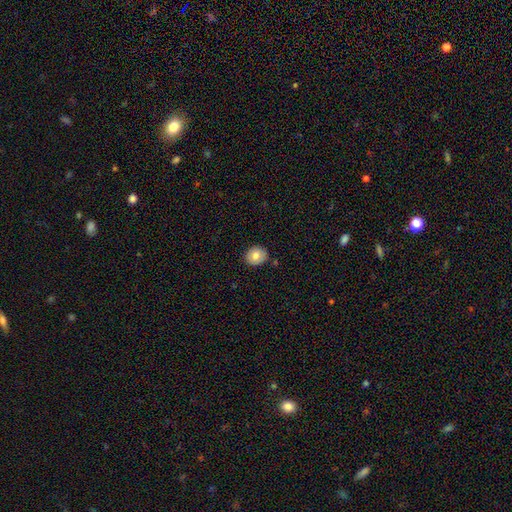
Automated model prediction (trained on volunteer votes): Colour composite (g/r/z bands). It shows a smooth galaxy with no disk features (75%) that is round (70%). Merging: none (85%).